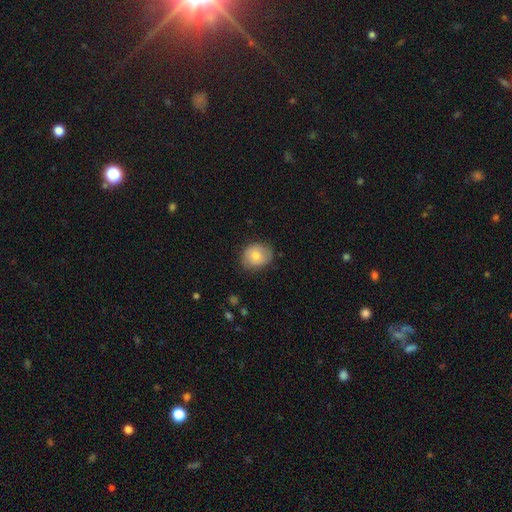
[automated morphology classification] type=smooth (74%); roundness=round (61%); merging=none (77%).